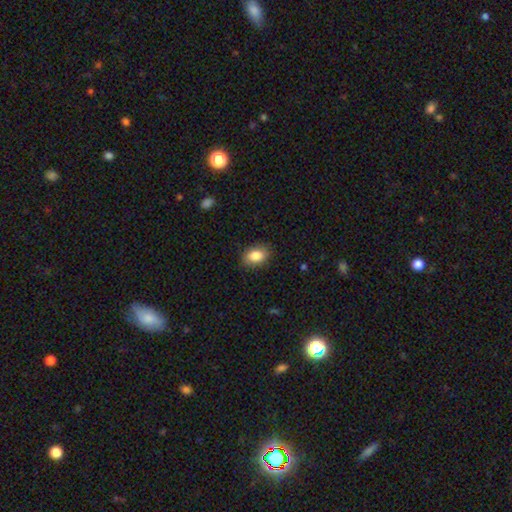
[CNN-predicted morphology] Q: Smooth or featured?
A: smooth (85%); runner-up: star or artifact (8%)
Q: How rounded?
A: in between (79%); runner-up: round (20%)
Q: Merging?
A: none (87%); runner-up: minor disturbance (10%)